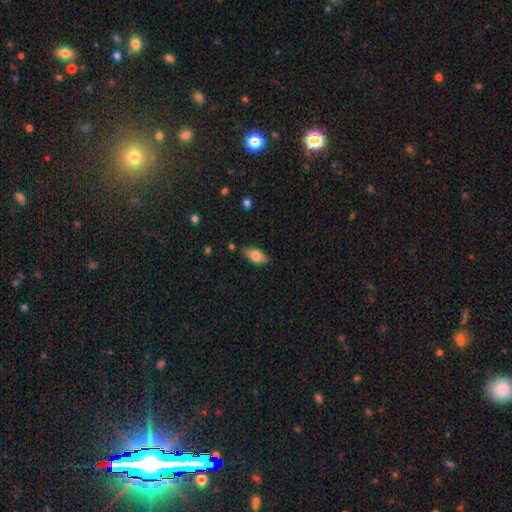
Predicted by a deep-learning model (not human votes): Smooth or featured? Predicted: smooth (p=0.80). How rounded? Predicted: in between (p=0.88). Merging? Predicted: none (p=0.77).